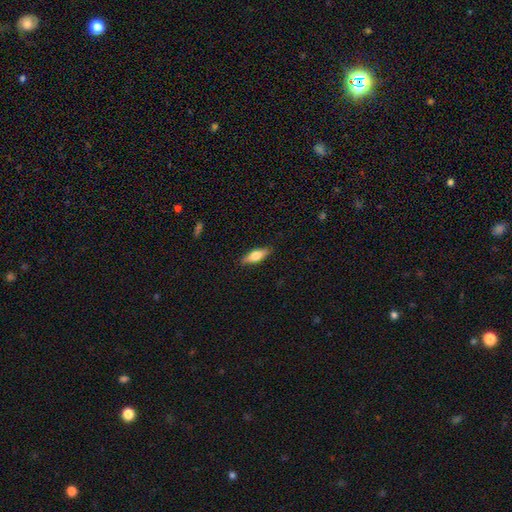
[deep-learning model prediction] smooth_or_featured: smooth (p=0.58) [alt: featured or disk p=0.36]
how_rounded: in between (p=0.55) [alt: cigar-shaped p=0.42]
merging: none (p=0.87) [alt: minor disturbance p=0.10]